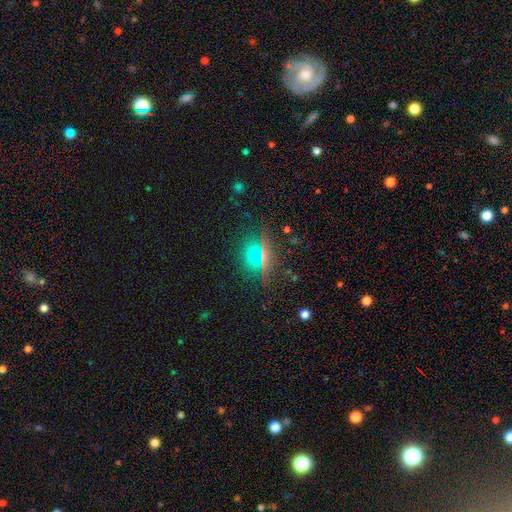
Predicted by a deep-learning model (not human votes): This appears to be a smooth galaxy with no disk features (60%) that is round (63%). Merging: none (83%).